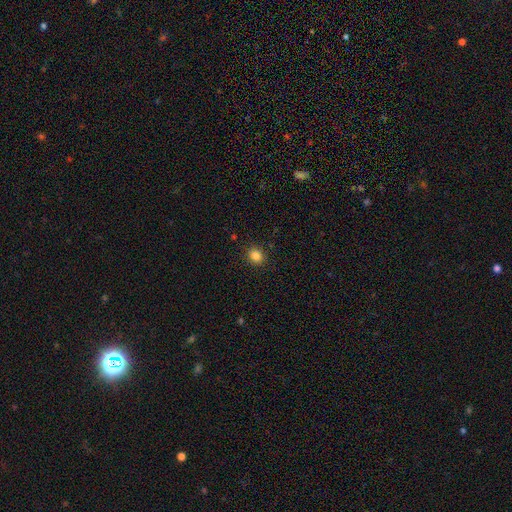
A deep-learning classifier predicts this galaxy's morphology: A smooth galaxy with no disk features (84%) that is round (74%). Merging: none (90%).